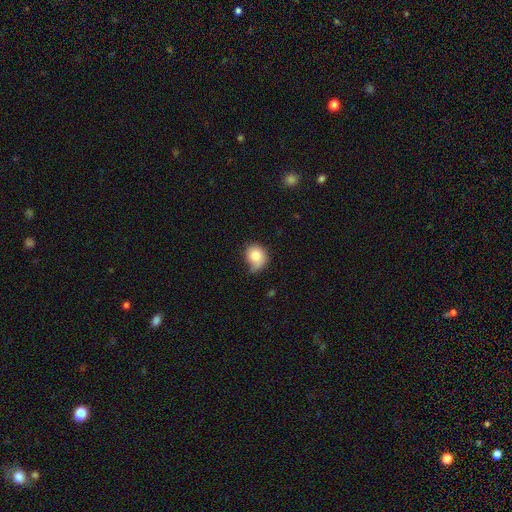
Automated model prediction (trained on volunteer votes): Smooth or featured: smooth — 80% (featured or disk — 12%)
How rounded: round — 69% (in between — 30%)
Merging: none — 42% (minor disturbance — 39%)